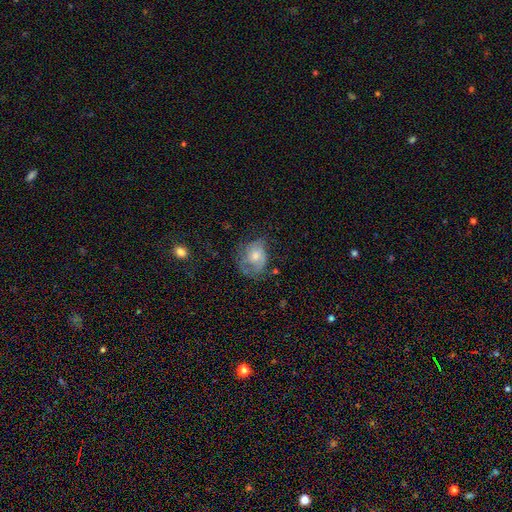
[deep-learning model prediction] The model was most divided on "smooth or featured": featured or disk: 47%, smooth: 44%, star or artifact: 9%. Remaining: merging — none (40%).